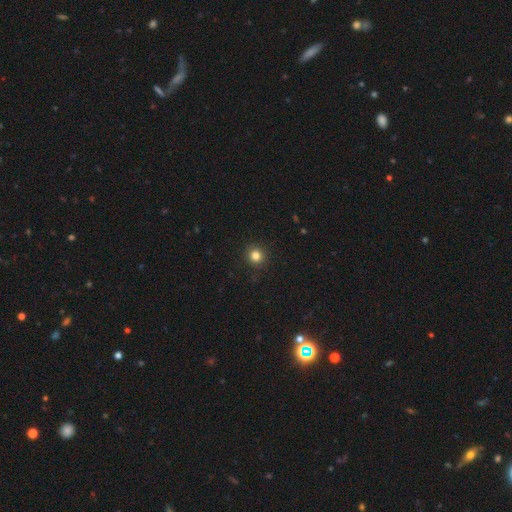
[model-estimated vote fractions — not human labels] This is clearly a smooth galaxy (83%). How rounded: clearly round (93%). Merging: clearly none (92%).